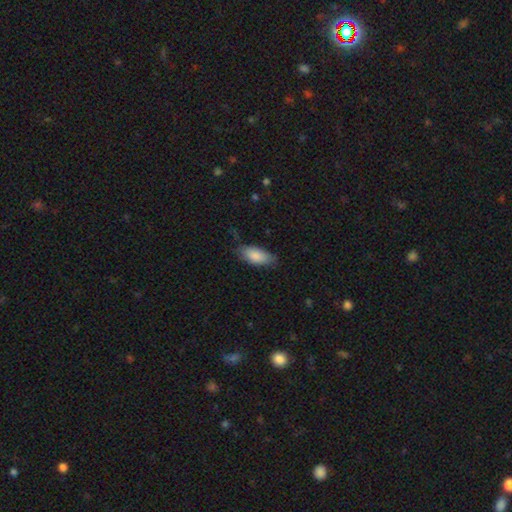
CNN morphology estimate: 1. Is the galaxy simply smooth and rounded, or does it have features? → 86% smooth, 8% featured or disk, 6% star or artifact.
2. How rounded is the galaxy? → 88% in between, 10% cigar-shaped, 2% round.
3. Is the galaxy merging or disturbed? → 74% none, 21% minor disturbance, 4% major disturbance, 1% merger.